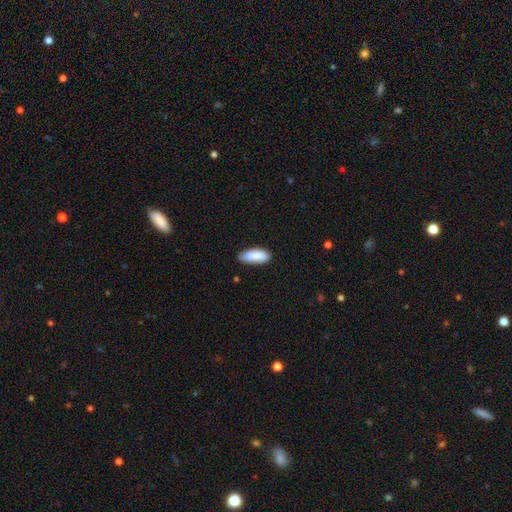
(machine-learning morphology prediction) smooth 88%, star or artifact 6%, featured or disk 6%. Down the decision tree: how rounded — in between (74%); merging — none (75%).